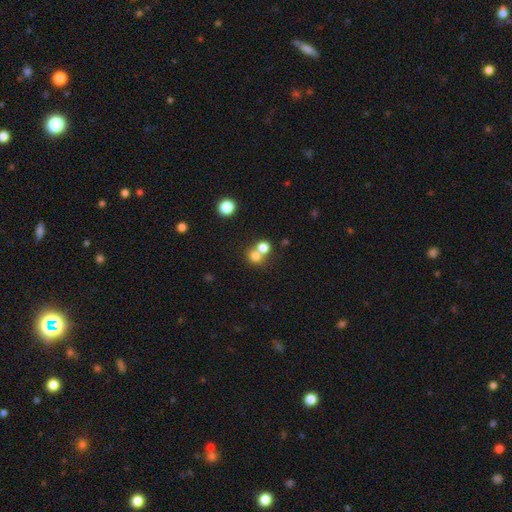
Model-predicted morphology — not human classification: Smooth or featured: smooth — 75% (star or artifact — 14%)
How rounded: round — 81% (in between — 18%)
Merging: merger — 51% (none — 40%)